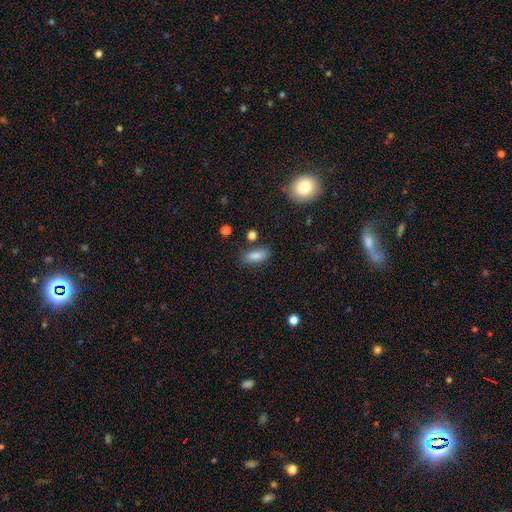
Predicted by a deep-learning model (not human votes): This is clearly a smooth galaxy (83%). How rounded: likely in between (77%). Merging: likely none (78%).